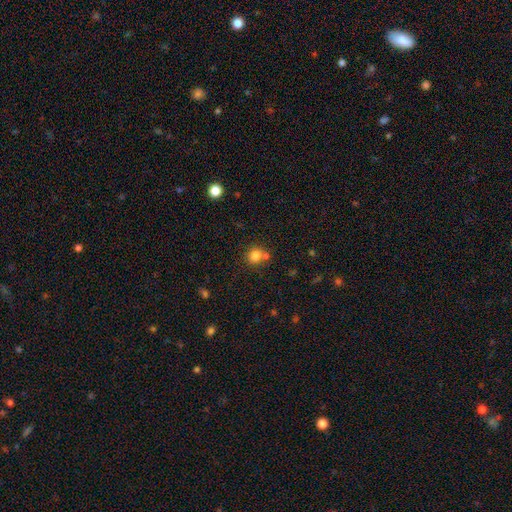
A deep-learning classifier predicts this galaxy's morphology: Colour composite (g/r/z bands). It shows a smooth galaxy with no disk features (80%) that is round (82%). Merging: none (60%).